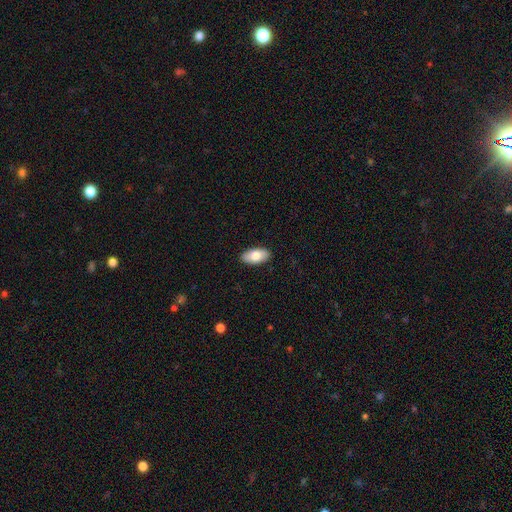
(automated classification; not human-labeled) A smooth galaxy with no disk features (79%) that is in between round and cigar-shaped (94%).

Vote fractions:
- Smooth or featured? smooth: 79% / featured or disk: 15% / star or artifact: 6%
- How rounded? in between: 94% / cigar-shaped: 3% / round: 3%
- Merging? none: 89% / minor disturbance: 8% / major disturbance: 2% / merger: 1%